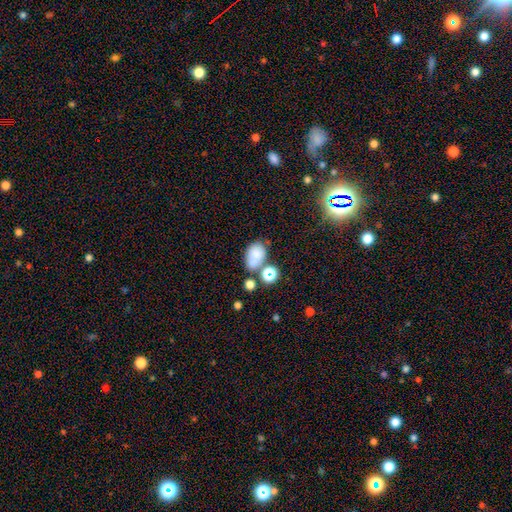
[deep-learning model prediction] Overall: smooth (74%). How rounded: in between (78%). Merging: none (44%; merger 29%).